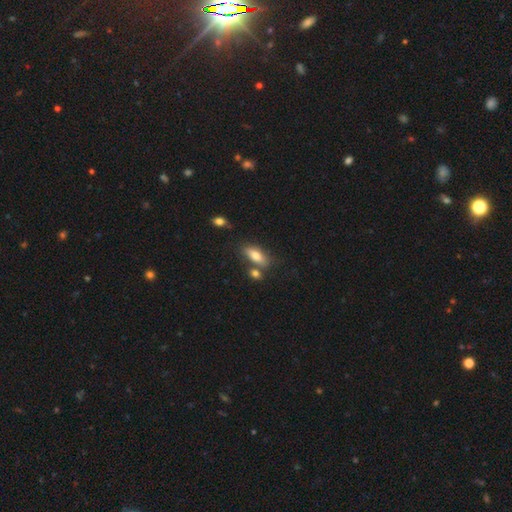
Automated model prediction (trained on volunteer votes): smooth-or-featured: smooth: 75% | featured or disk: 18% | star or artifact: 7%
  how-rounded: in between: 77% | cigar-shaped: 19% | round: 3%
  merging: none: 64% | merger: 18% | minor disturbance: 14% | major disturbance: 4%